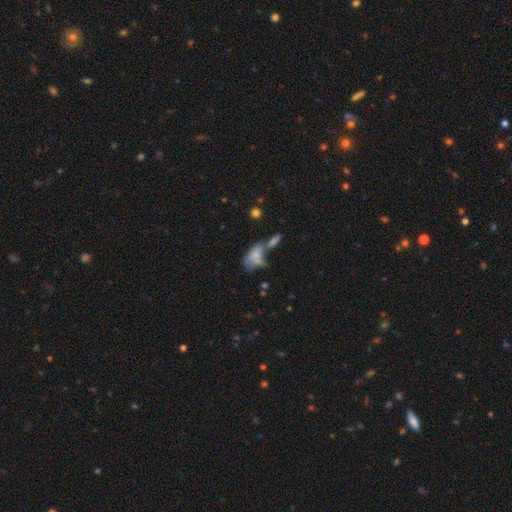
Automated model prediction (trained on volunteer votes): Q: Smooth or featured?
A: smooth (67%); runner-up: featured or disk (22%)
Q: How rounded?
A: in between (87%); runner-up: round (8%)
Q: Merging?
A: merger (40%); runner-up: none (27%)